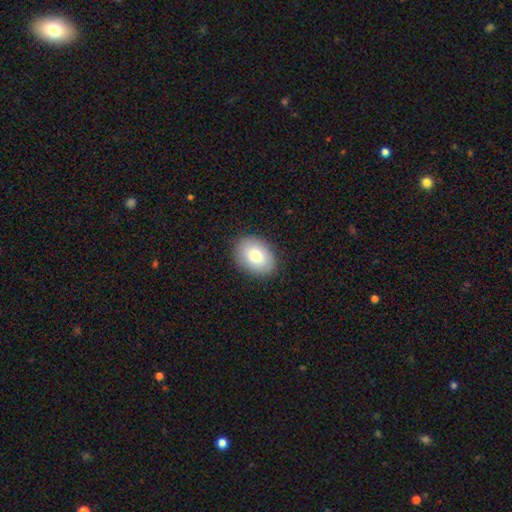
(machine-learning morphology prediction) This is clearly a smooth galaxy (81%). How rounded: likely in between (78%). Merging: clearly none (88%).